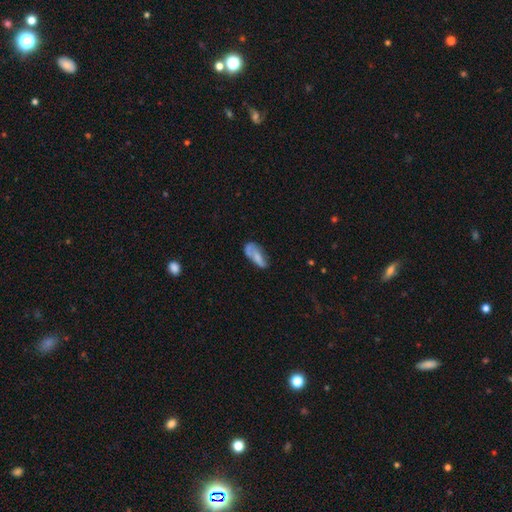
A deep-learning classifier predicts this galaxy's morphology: smooth-or-featured: smooth: 58% | featured or disk: 33% | star or artifact: 9%
  how-rounded: in between: 78% | cigar-shaped: 19% | round: 3%
  merging: none: 36% | minor disturbance: 29% | major disturbance: 25% | merger: 10%